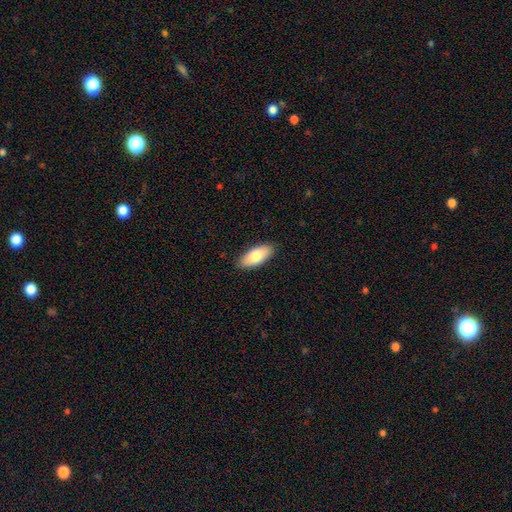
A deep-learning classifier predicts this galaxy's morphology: A smooth galaxy with no disk features (78%) that is in between round and cigar-shaped (86%). Merging: none (89%).